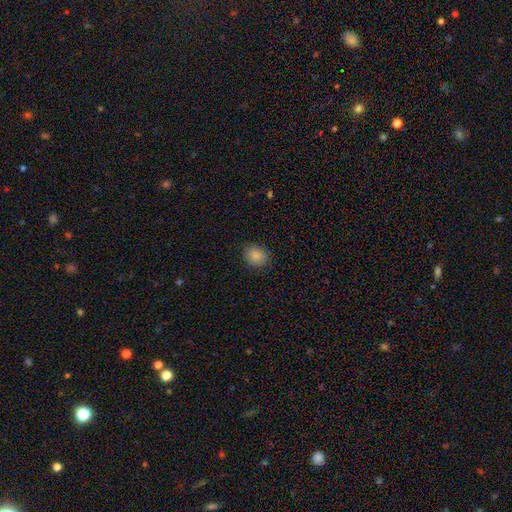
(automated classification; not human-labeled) Overall: smooth (86%). How rounded: round (67%; in between 32%). Merging: none (86%).